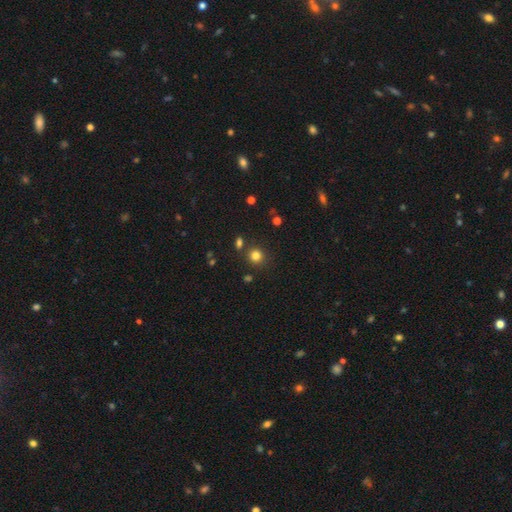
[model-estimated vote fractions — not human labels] Smooth or featured?
  - smooth: 80% *
  - star or artifact: 15%
  - featured or disk: 5%
How rounded?
  - round: 89% *
  - in between: 10%
  - cigar-shaped: 1%
Merging?
  - none: 81% *
  - minor disturbance: 8%
  - merger: 7%
  - major disturbance: 3%